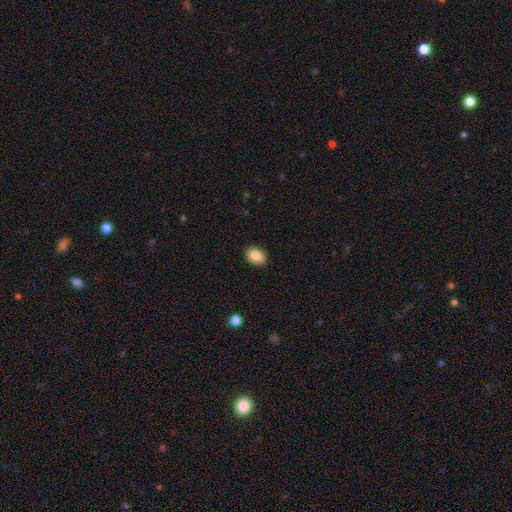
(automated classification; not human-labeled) Morphology: type=smooth (88%); roundness=in between (82%); merging=none (90%).